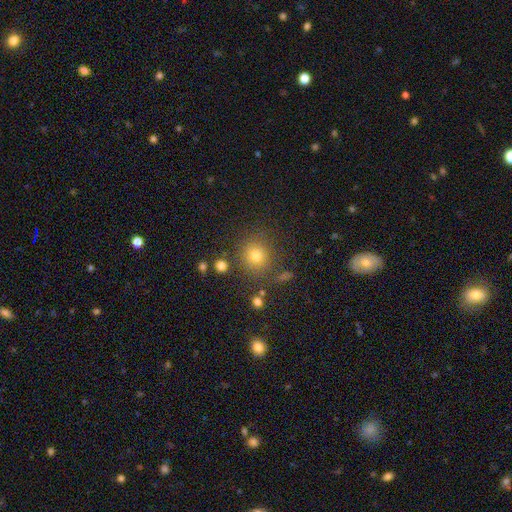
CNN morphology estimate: type=smooth (75%); roundness=round (90%); merging=none (82%).